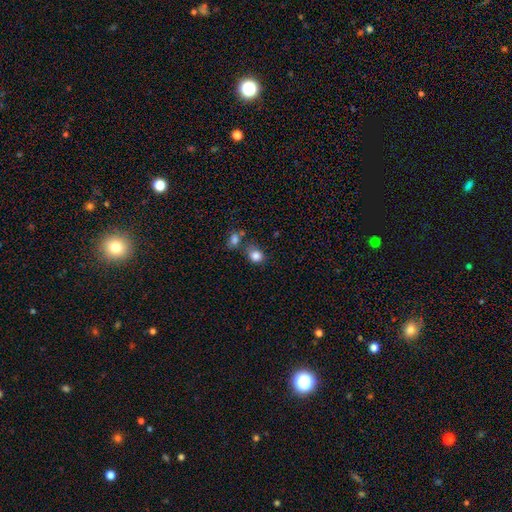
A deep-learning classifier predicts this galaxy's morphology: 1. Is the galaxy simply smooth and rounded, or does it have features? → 84% smooth, 11% star or artifact, 6% featured or disk.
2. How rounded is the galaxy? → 60% round, 39% in between, 1% cigar-shaped.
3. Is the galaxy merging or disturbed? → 59% none, 18% merger, 17% minor disturbance, 6% major disturbance.